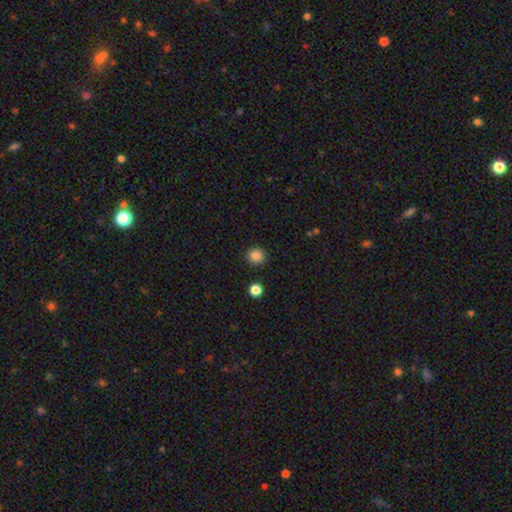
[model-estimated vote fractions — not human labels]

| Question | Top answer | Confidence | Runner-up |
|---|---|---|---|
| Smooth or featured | smooth | 86% | star or artifact (10%) |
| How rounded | round | 87% | in between (12%) |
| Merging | none | 90% | minor disturbance (6%) |